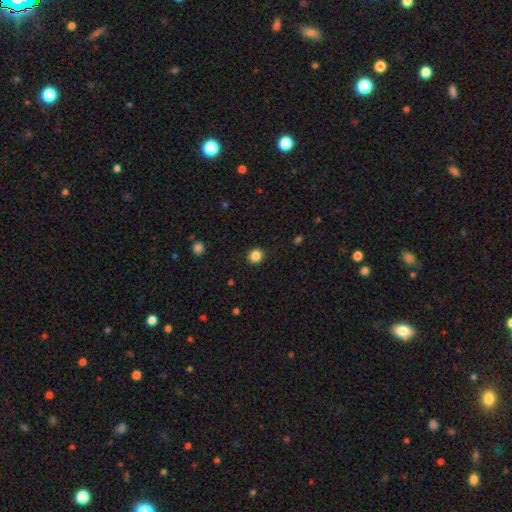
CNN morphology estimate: smooth-or-featured: smooth: 86% | star or artifact: 11% | featured or disk: 3%
  how-rounded: round: 87% | in between: 12% | cigar-shaped: 1%
  merging: none: 91% | minor disturbance: 6% | major disturbance: 2% | merger: 1%